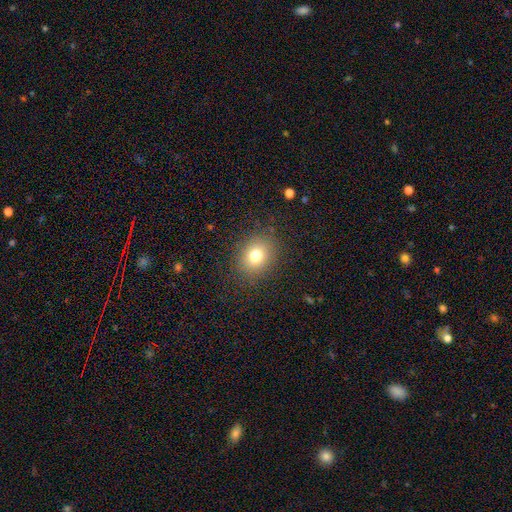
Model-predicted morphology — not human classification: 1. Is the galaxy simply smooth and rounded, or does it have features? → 76% smooth, 14% star or artifact, 10% featured or disk.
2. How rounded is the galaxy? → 62% round, 37% in between, 1% cigar-shaped.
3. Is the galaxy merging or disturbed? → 86% none, 9% minor disturbance, 4% major disturbance, 1% merger.